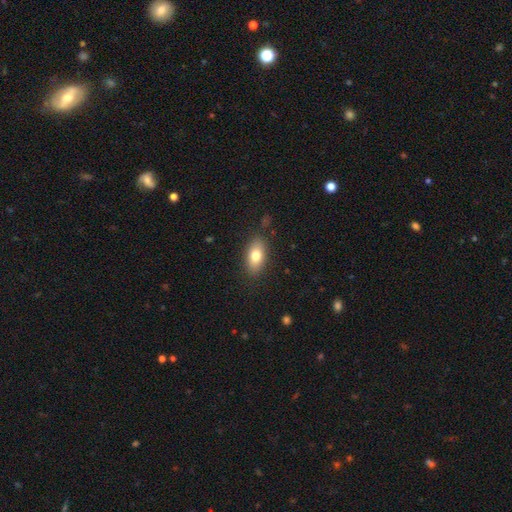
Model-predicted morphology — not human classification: A smooth galaxy with no disk features (77%) that is in between round and cigar-shaped (87%).

Vote fractions:
- Smooth or featured? smooth: 77% / featured or disk: 15% / star or artifact: 8%
- How rounded? in between: 87% / cigar-shaped: 7% / round: 6%
- Merging? none: 85% / minor disturbance: 11% / major disturbance: 3% / merger: 1%